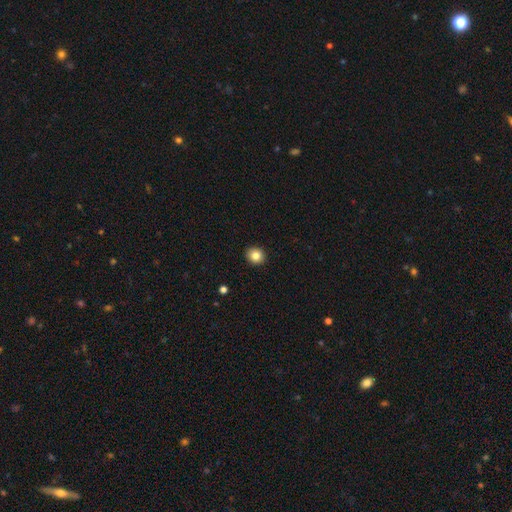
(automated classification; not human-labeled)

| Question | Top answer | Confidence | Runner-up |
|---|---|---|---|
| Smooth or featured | smooth | 84% | star or artifact (10%) |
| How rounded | round | 82% | in between (17%) |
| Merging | none | 92% | minor disturbance (6%) |